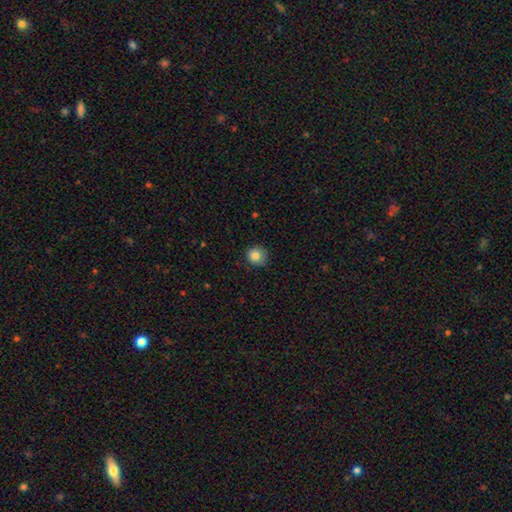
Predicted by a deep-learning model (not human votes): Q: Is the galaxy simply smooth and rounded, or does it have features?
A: smooth — 85%.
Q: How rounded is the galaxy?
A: round — 90%.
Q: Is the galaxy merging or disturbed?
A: none — 79%.